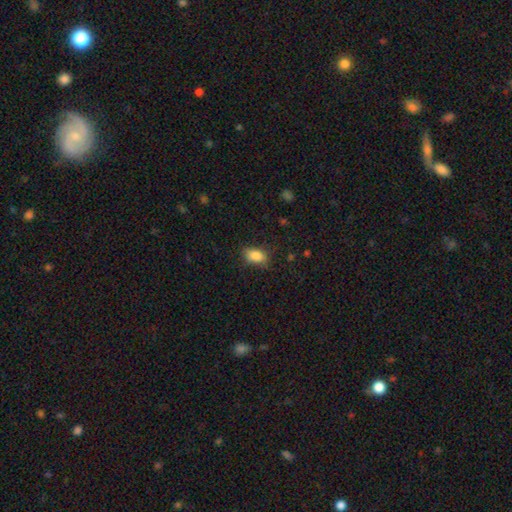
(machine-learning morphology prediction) Overall: smooth (86%). How rounded: in between (88%). Merging: none (80%).